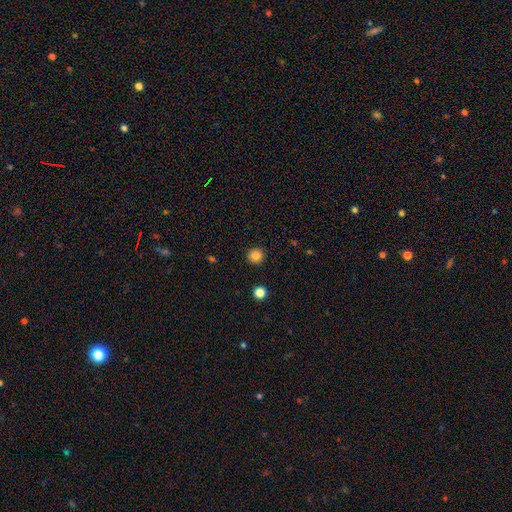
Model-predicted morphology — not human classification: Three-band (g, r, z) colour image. It shows a smooth galaxy with no disk features (84%) that is round (93%). Merging: none (92%).